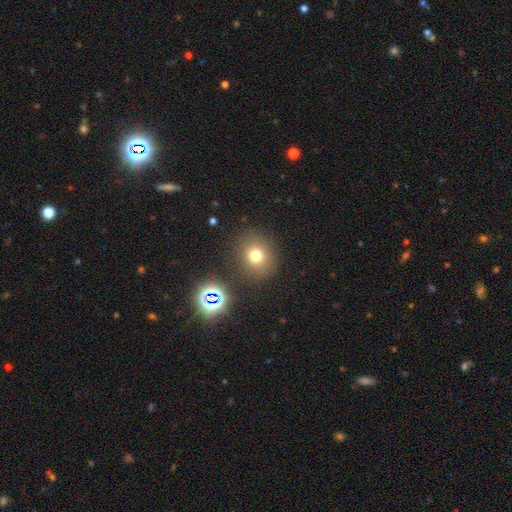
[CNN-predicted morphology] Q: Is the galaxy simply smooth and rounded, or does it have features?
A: smooth — 72%.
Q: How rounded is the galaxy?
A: round — 81%.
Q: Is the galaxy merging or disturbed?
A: none — 84%.